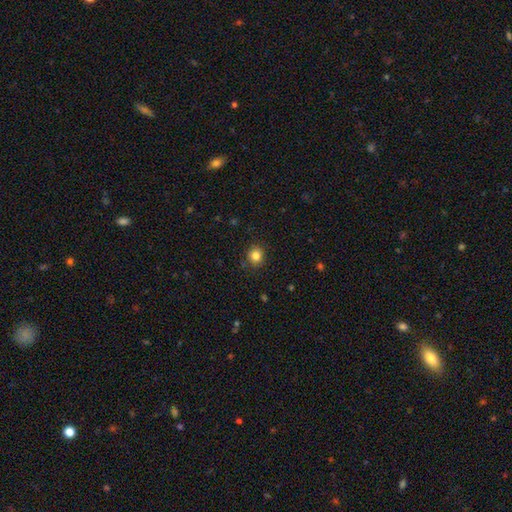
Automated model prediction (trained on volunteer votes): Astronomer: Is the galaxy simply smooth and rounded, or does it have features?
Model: smooth — 83%.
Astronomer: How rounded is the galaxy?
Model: round — 87%.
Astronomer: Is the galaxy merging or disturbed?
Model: none — 90%.